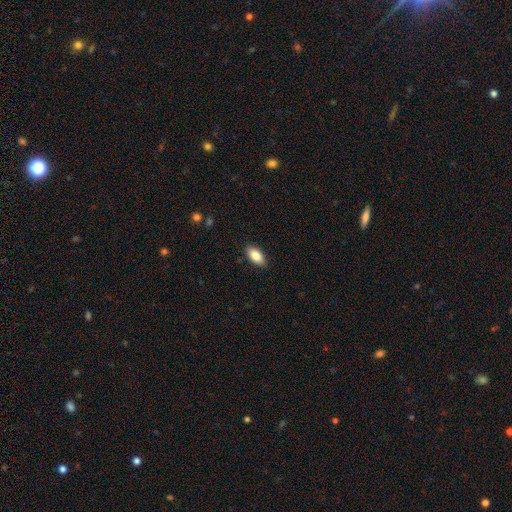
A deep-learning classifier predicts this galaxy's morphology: This is clearly a smooth galaxy (85%). How rounded: clearly in between (91%). Merging: clearly none (89%).